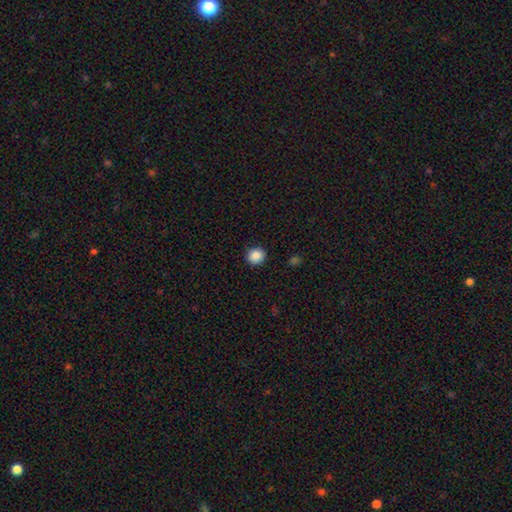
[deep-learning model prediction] A smooth galaxy with no disk features (88%) that is round (85%).

Vote fractions:
- Smooth or featured? smooth: 88% / star or artifact: 9% / featured or disk: 3%
- How rounded? round: 85% / in between: 14% / cigar-shaped: 1%
- Merging? none: 90% / minor disturbance: 7% / major disturbance: 2% / merger: 1%